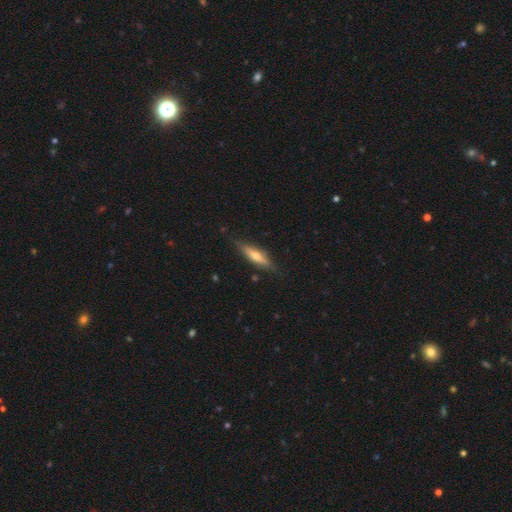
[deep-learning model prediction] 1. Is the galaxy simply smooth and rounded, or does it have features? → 52% featured or disk, 41% smooth, 7% star or artifact.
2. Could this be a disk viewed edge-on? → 90% yes, 10% no.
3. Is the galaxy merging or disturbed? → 82% none, 13% minor disturbance, 3% major disturbance, 1% merger.